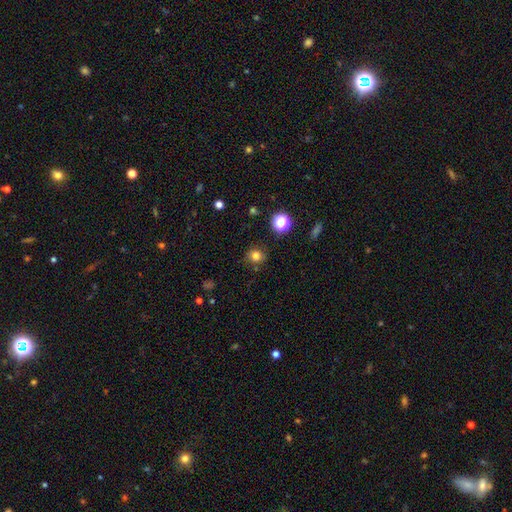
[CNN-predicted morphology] smooth 78%, star or artifact 16%, featured or disk 6%. Down the decision tree: how rounded — round (82%); merging — none (80%).